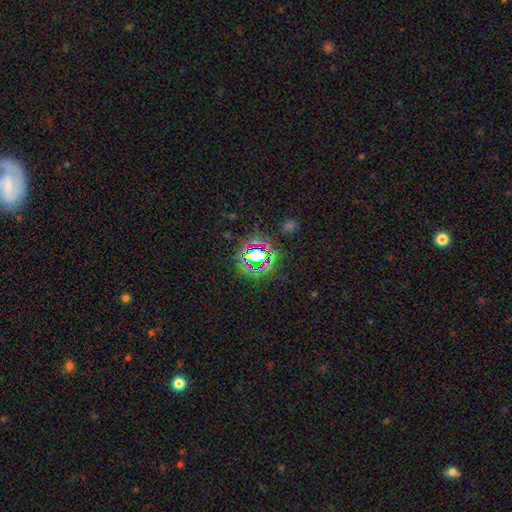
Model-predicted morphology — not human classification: type=star or artifact (75%).